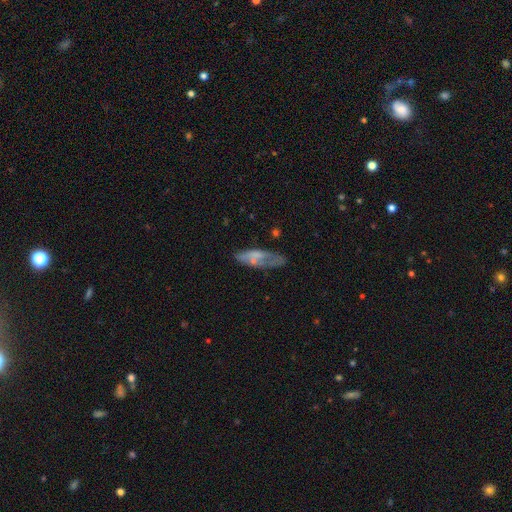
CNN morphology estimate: type=smooth (51%); roundness=in between (51%); merging=none (50%).